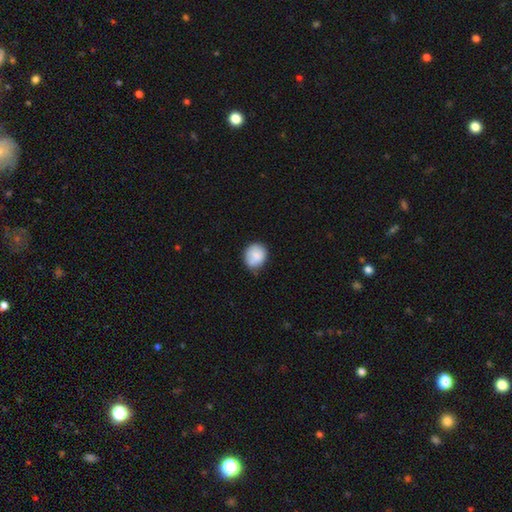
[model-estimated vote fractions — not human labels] Smooth or featured? Predicted: smooth (p=0.83). How rounded? Predicted: round (p=0.72). Merging? Predicted: none (p=0.65).